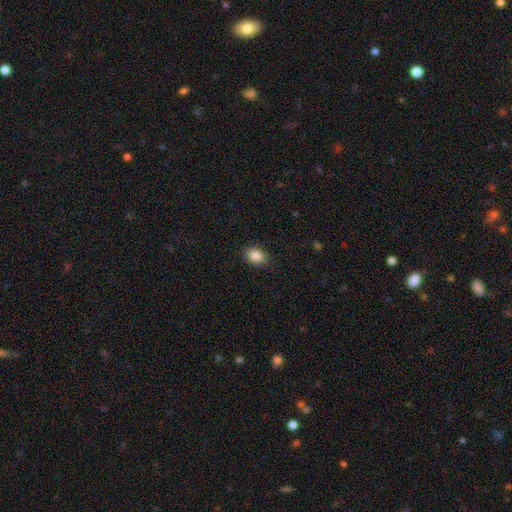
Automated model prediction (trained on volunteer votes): Overall: smooth (87%). How rounded: in between (74%). Merging: none (87%).